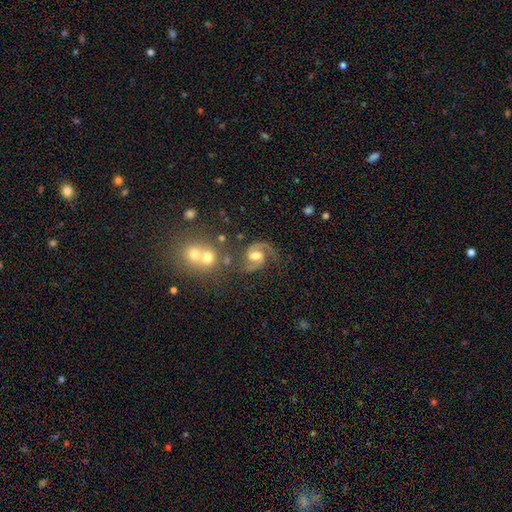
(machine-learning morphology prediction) type=featured or disk (87%); edge-on=no (98%); bar=weak (45%); spiral arms=yes (97%); winding=medium (61%); arm count=2 (92%); bulge=moderate (69%); merging=none (68%).